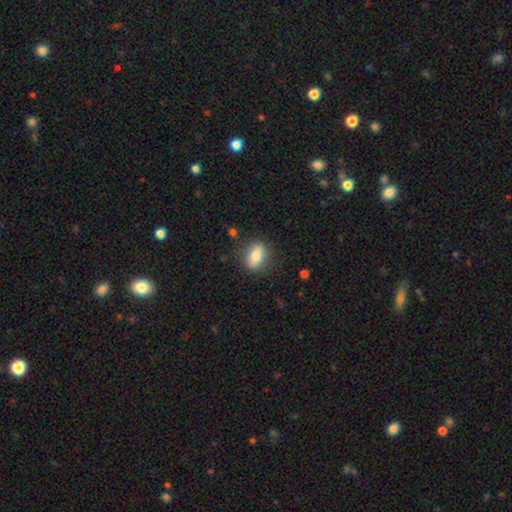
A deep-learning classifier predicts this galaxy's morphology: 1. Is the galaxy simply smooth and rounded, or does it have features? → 72% smooth, 21% featured or disk, 7% star or artifact.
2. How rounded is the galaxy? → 69% in between, 21% round, 10% cigar-shaped.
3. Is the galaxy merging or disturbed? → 83% none, 12% minor disturbance, 4% major disturbance, 2% merger.